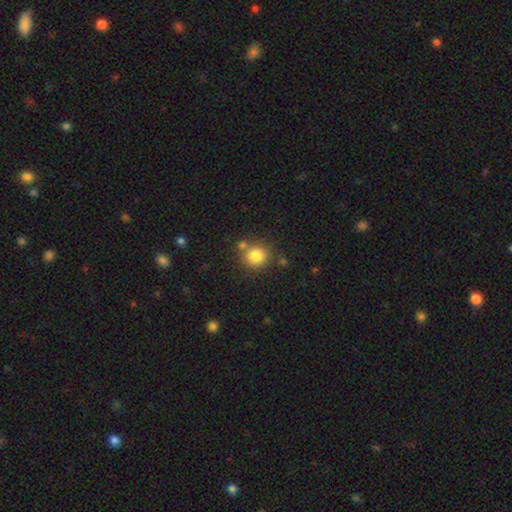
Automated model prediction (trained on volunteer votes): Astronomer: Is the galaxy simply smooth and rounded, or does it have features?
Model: smooth — 82%.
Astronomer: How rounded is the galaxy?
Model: round — 88%.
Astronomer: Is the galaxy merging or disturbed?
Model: none — 74%.